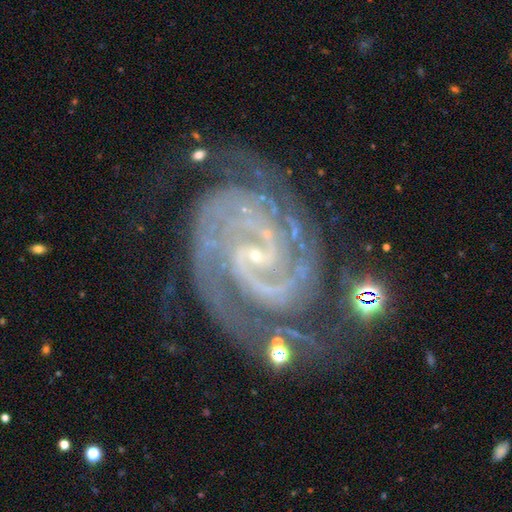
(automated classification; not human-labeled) Smooth or featured? featured or disk (93%)
Edge-on disk? no (98%)
Bar? weak (41%)
Spiral arms? yes (99%)
Spiral winding? tight (68%)
Spiral arm count? 2 (57%)
Bulge size? small (85%)
Merging? none (62%)